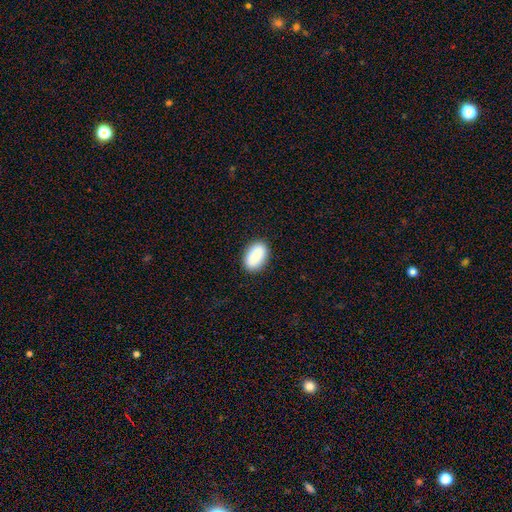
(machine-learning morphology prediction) Smooth or featured? smooth (90%)
How rounded? in between (92%)
Merging? none (88%)